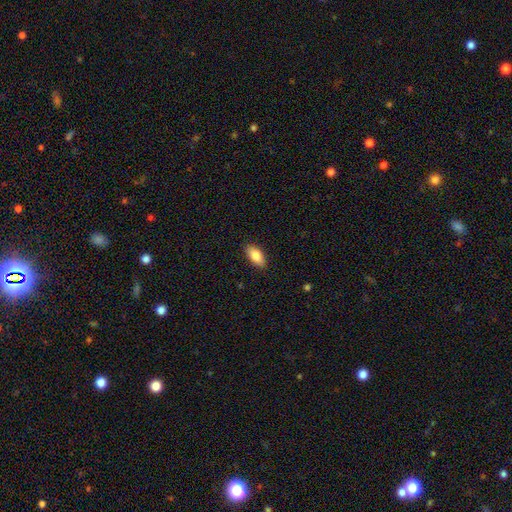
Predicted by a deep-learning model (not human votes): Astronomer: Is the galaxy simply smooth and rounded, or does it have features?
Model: smooth — 84%.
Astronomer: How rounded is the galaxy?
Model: in between — 90%.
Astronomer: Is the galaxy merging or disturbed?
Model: none — 88%.